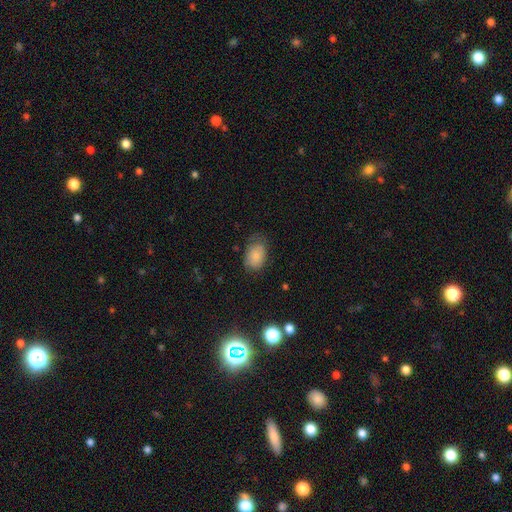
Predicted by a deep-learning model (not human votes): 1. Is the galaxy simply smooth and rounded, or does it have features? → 82% smooth, 9% featured or disk, 8% star or artifact.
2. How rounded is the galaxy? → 85% in between, 13% round, 1% cigar-shaped.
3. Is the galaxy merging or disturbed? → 62% none, 28% minor disturbance, 9% major disturbance, 1% merger.